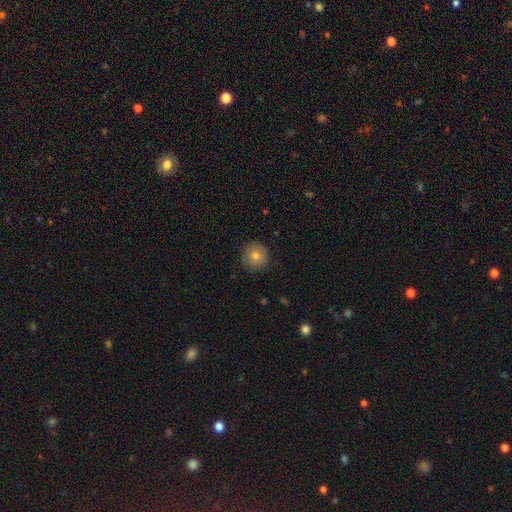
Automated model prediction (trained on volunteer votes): smooth_or_featured: smooth (p=0.74) [alt: featured or disk p=0.15]
how_rounded: round (p=0.93) [alt: in between p=0.06]
merging: none (p=0.86) [alt: minor disturbance p=0.10]